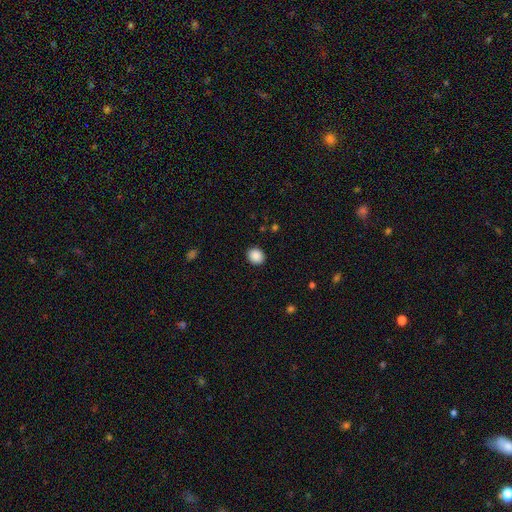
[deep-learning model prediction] Overall: smooth (89%). How rounded: round (72%). Merging: none (91%).